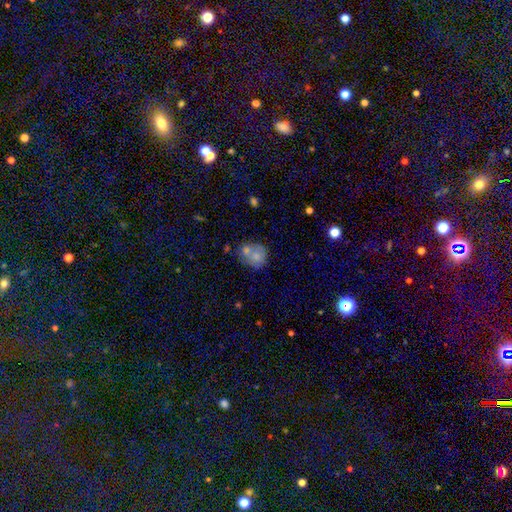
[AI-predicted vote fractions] Smooth or featured? smooth (65%)
How rounded? round (63%)
Merging? merger (45%)